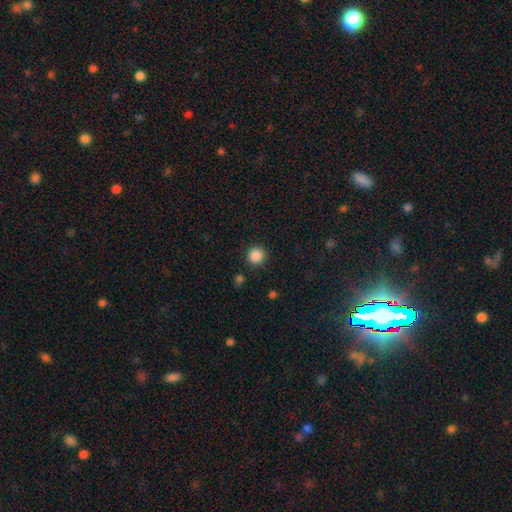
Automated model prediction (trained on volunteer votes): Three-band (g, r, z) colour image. It shows a smooth galaxy with no disk features (87%) that is round (94%). Merging: none (90%).